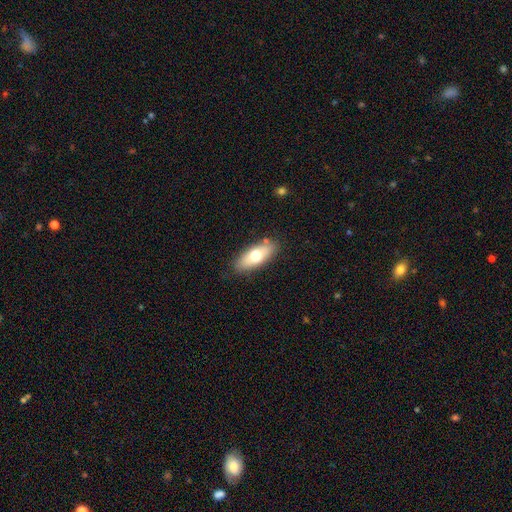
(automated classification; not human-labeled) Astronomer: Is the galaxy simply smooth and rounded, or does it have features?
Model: smooth — 65%.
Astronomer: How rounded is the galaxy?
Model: in between — 79%.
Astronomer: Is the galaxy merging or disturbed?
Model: none — 84%.